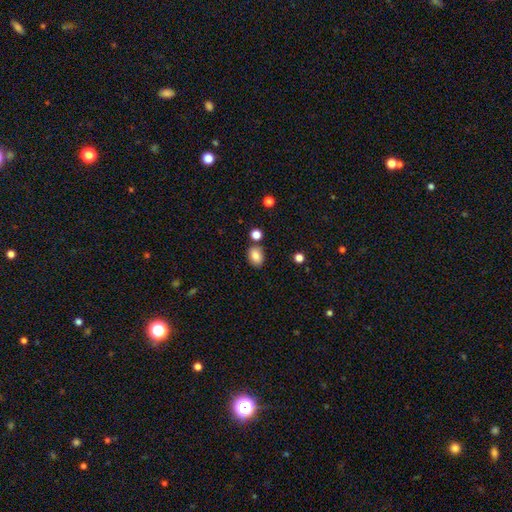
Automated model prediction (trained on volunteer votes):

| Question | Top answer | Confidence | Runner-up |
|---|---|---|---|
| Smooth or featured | smooth | 84% | star or artifact (9%) |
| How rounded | in between | 74% | round (25%) |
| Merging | none | 78% | minor disturbance (12%) |